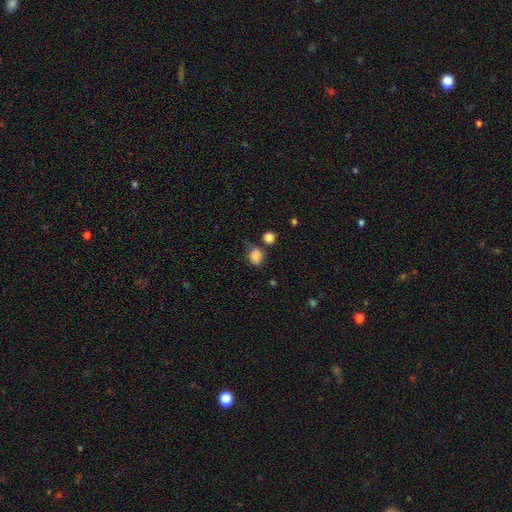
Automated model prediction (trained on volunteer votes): This is likely a smooth galaxy (79%). How rounded: possibly round (51%). Merging: possibly none (50%).